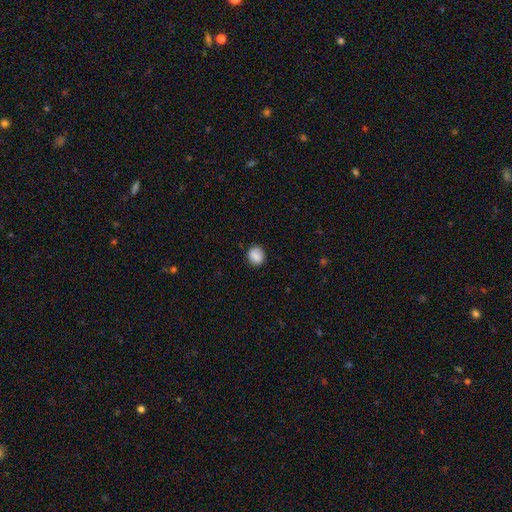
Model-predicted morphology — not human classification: Q: Smooth or featured?
A: smooth (86%); runner-up: star or artifact (8%)
Q: How rounded?
A: round (72%); runner-up: in between (27%)
Q: Merging?
A: none (86%); runner-up: minor disturbance (11%)